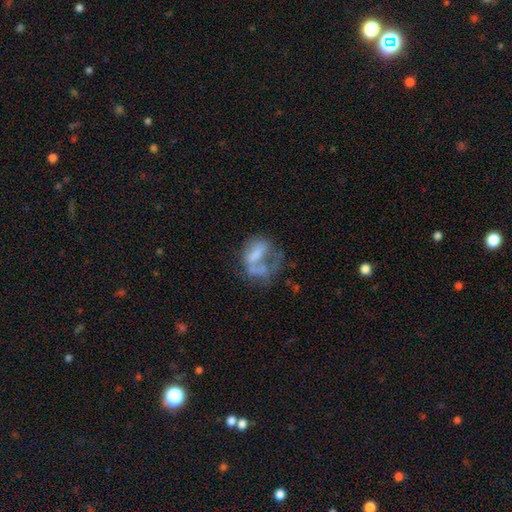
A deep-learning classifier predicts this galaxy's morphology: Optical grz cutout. It shows a featured or disk galaxy (47%). Merging: major disturbance (45%).